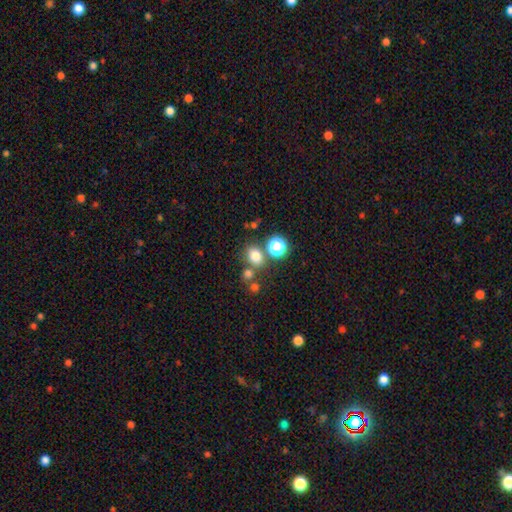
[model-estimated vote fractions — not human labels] This appears to be a smooth galaxy with no disk features (75%) that is round (61%). Merging: none (68%).